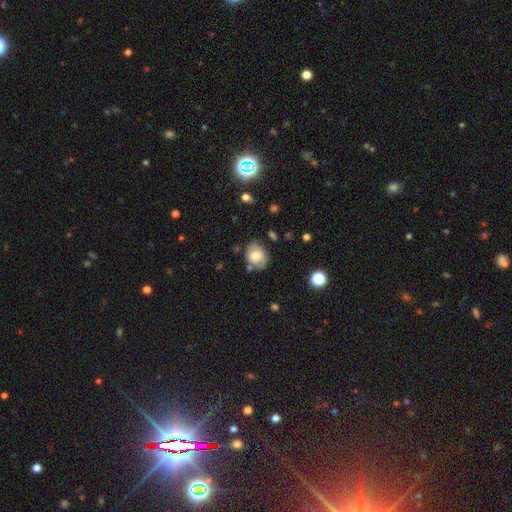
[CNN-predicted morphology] Smooth or featured: smooth — 66% (featured or disk — 26%)
How rounded: in between — 50% (round — 49%)
Merging: none — 66% (minor disturbance — 21%)